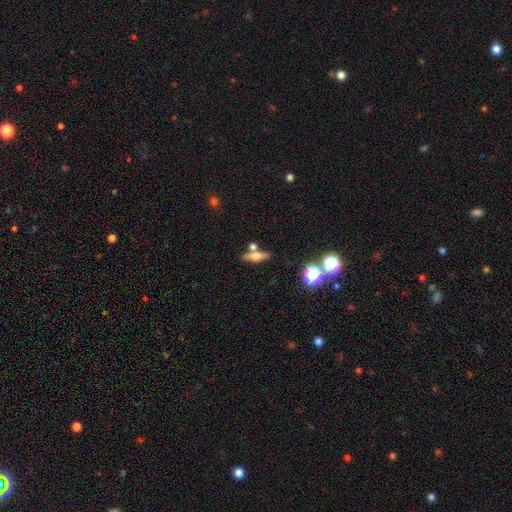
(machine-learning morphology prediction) smooth 52%, featured or disk 37%, star or artifact 11%. Down the decision tree: how rounded — cigar-shaped (53%); merging — none (66%).